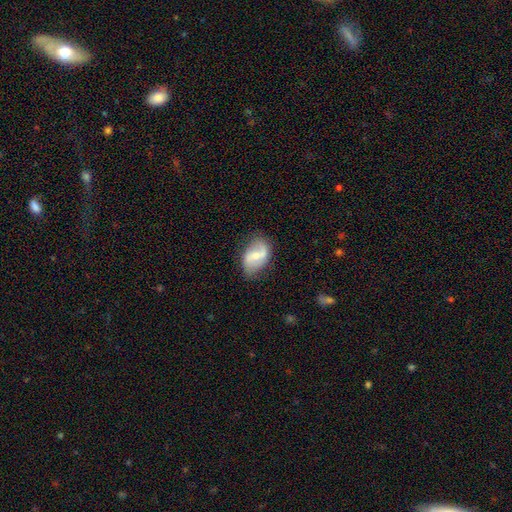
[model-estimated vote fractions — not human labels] The model was most divided on "bulge size": small: 48%, moderate: 44%, none: 4%, large: 3%, dominant: 1%. Remaining: edge-on disk — no (96%); spiral arm count — 2 (84%); spiral arms — yes (82%); merging — none (71%); smooth or featured — featured or disk (65%); spiral winding — loose (60%); bar — weak (47%).